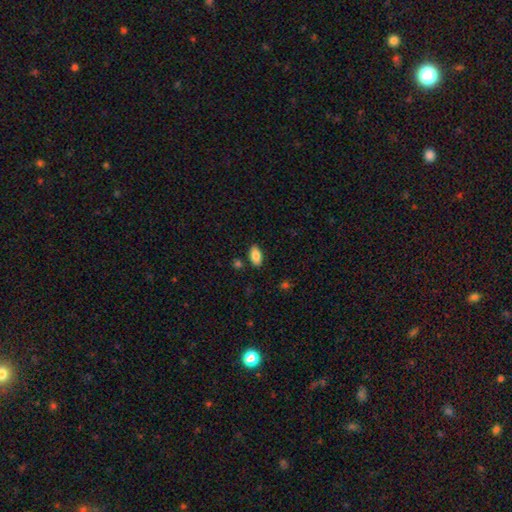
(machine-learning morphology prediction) Smooth or featured: smooth — 86% (star or artifact — 7%)
How rounded: in between — 93% (cigar-shaped — 4%)
Merging: none — 85% (minor disturbance — 10%)